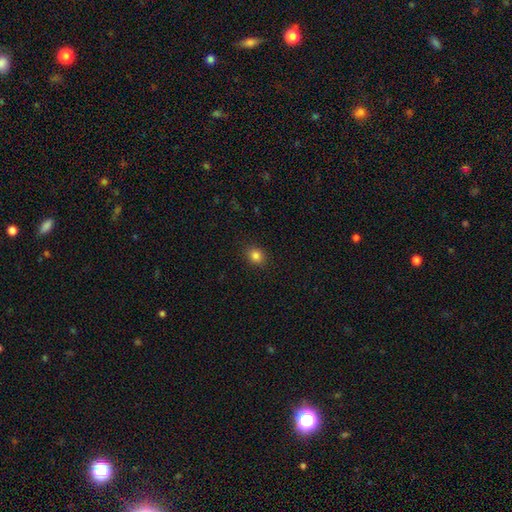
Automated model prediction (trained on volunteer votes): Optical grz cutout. It shows a smooth galaxy with no disk features (83%) that is round (73%). Merging: none (90%).